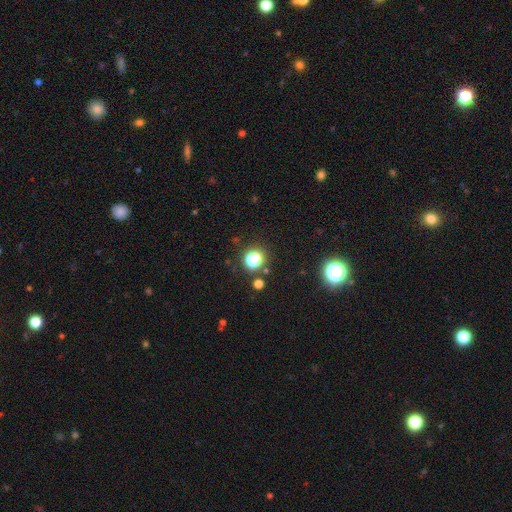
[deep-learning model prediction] smooth-or-featured: smooth: 58% | star or artifact: 34% | featured or disk: 7%
  how-rounded: round: 86% | in between: 13% | cigar-shaped: 1%
  merging: none: 78% | minor disturbance: 9% | merger: 8% | major disturbance: 5%